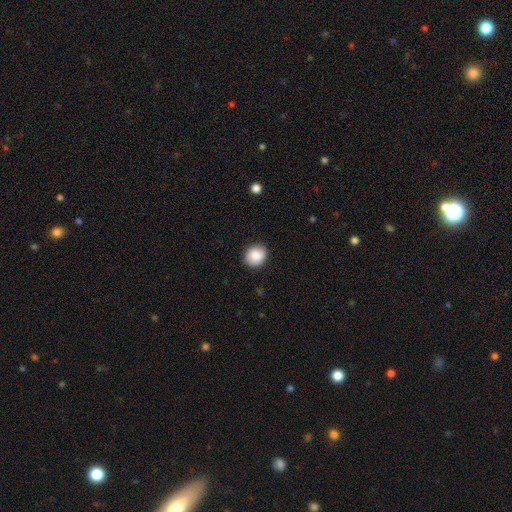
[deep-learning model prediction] The model was most divided on "how rounded": round: 77%, in between: 22%, cigar-shaped: 1%. More confident: merging — none (89%); smooth or featured — smooth (88%).